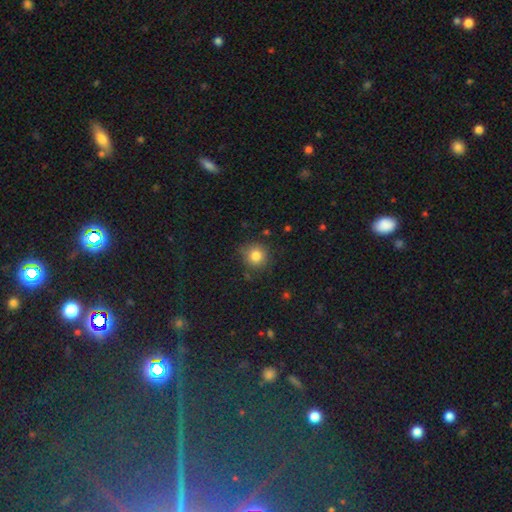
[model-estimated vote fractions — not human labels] This is clearly a smooth galaxy (81%). How rounded: clearly round (92%). Merging: clearly none (82%).